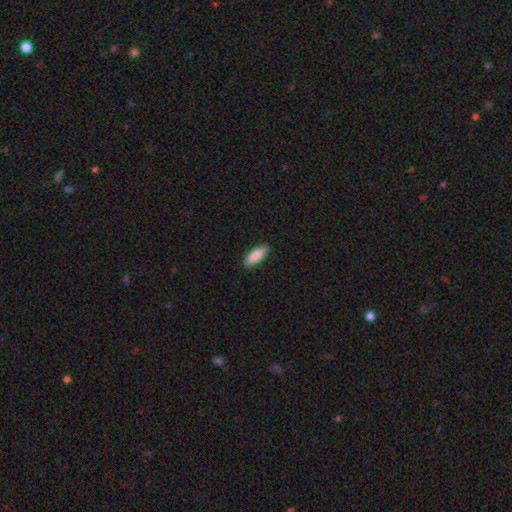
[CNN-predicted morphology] smooth 88%, featured or disk 6%, star or artifact 6%. Down the decision tree: how rounded — in between (60%); merging — none (88%).